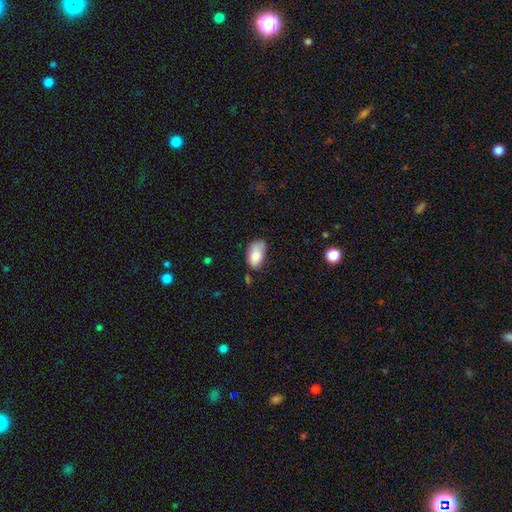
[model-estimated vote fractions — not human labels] Morphology: type=smooth (84%); roundness=in between (93%); merging=none (49%).